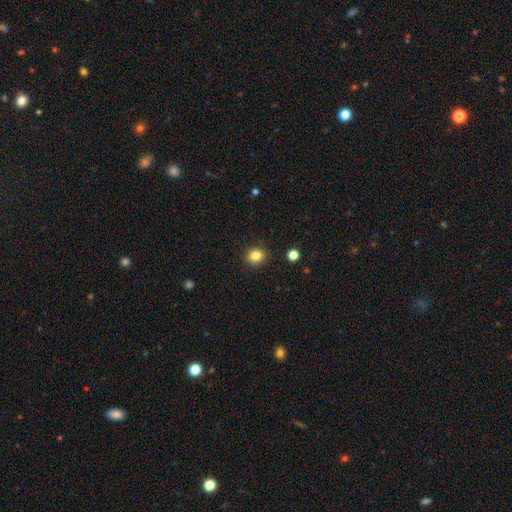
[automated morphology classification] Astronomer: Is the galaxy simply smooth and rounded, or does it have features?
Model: smooth — 84%.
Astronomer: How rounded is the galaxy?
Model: round — 59% (runner-up: in between, 40%).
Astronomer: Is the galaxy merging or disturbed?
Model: none — 89%.